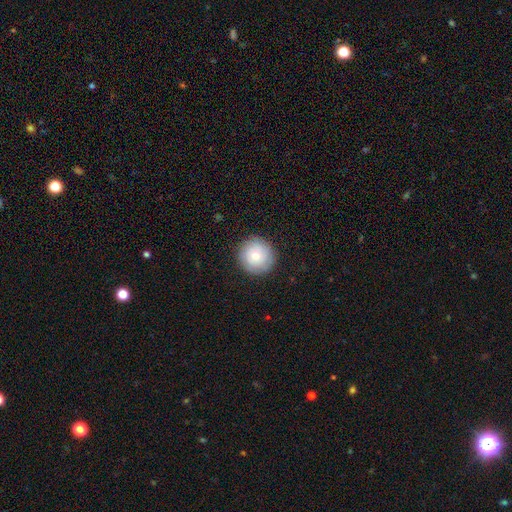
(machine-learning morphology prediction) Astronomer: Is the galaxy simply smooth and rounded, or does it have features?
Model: smooth — 71%.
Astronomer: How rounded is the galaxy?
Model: round — 95%.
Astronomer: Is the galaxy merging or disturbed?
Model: none — 88%.